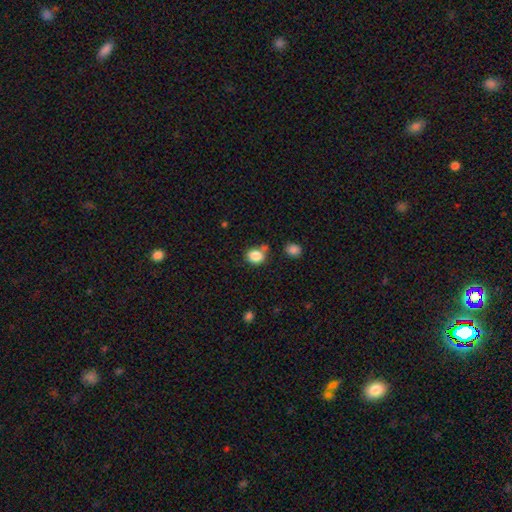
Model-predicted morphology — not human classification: smooth-or-featured: smooth: 85% | star or artifact: 10% | featured or disk: 5%
  how-rounded: round: 62% | in between: 37% | cigar-shaped: 1%
  merging: none: 63% | minor disturbance: 16% | merger: 16% | major disturbance: 5%